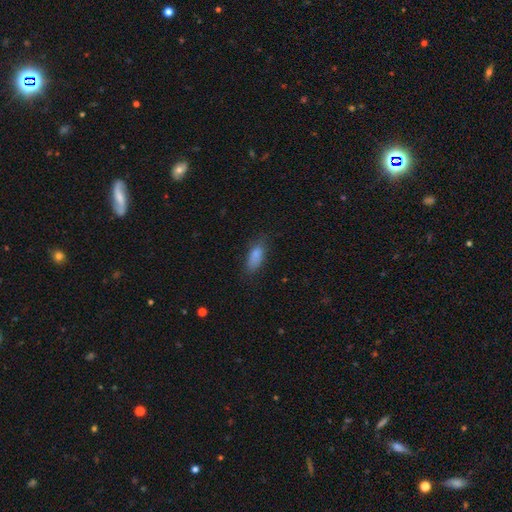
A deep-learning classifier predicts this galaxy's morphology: A smooth galaxy with no disk features (83%) that is in between round and cigar-shaped (79%). Merging: none (70%).